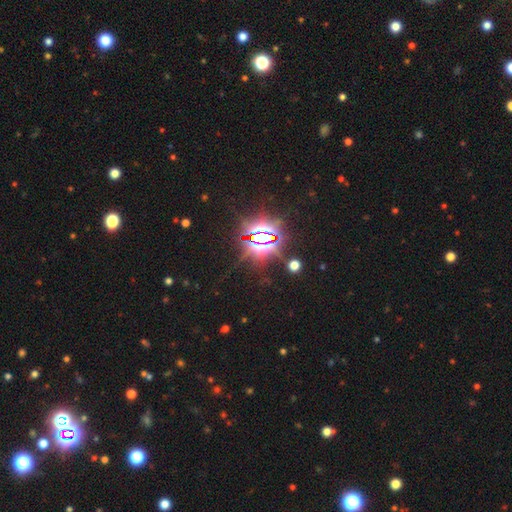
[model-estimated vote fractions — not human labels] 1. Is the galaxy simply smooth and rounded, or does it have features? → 86% star or artifact, 8% smooth, 7% featured or disk.